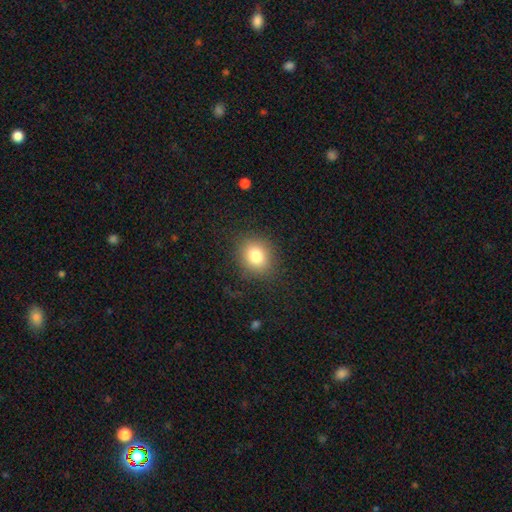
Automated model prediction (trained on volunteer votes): Smooth or featured? Predicted: smooth (p=0.80). How rounded? Predicted: round (p=0.68). Merging? Predicted: none (p=0.86).